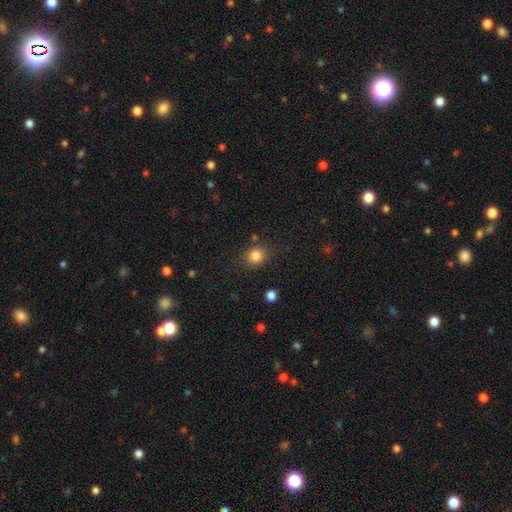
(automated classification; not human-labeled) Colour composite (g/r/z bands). It shows a smooth galaxy with no disk features (83%) that is round (76%). Merging: none (80%).